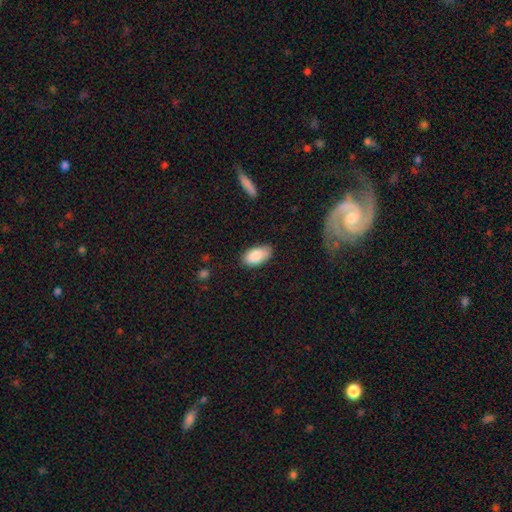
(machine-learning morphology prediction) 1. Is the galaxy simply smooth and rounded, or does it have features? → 86% smooth, 8% featured or disk, 6% star or artifact.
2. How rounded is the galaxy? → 95% in between, 4% round, 2% cigar-shaped.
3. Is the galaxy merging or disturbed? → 75% none, 20% minor disturbance, 3% major disturbance, 1% merger.